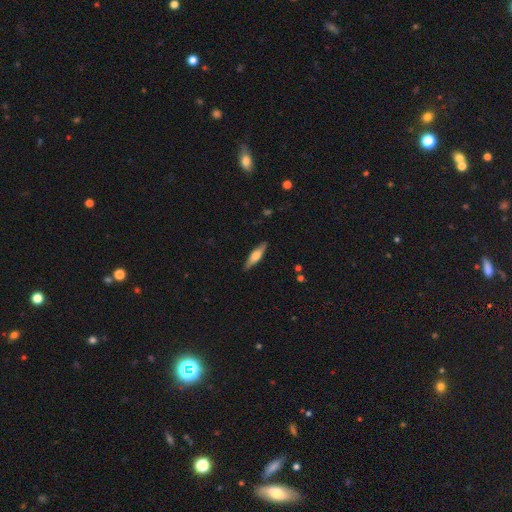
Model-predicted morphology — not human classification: The model was most divided on "smooth or featured": smooth: 48%, featured or disk: 46%, star or artifact: 6%. More confident: merging — none (88%).